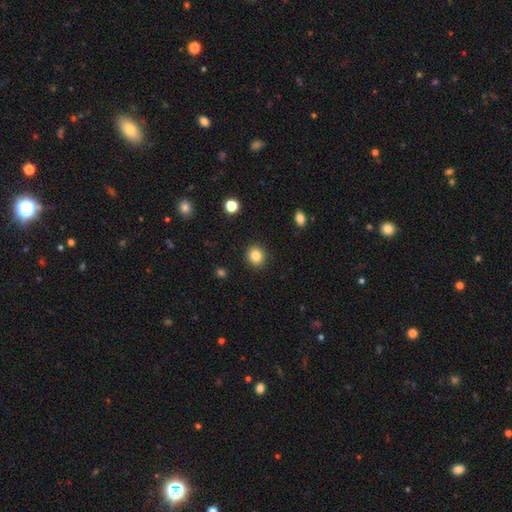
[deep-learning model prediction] Overall: smooth (84%). How rounded: round (81%). Merging: none (90%).